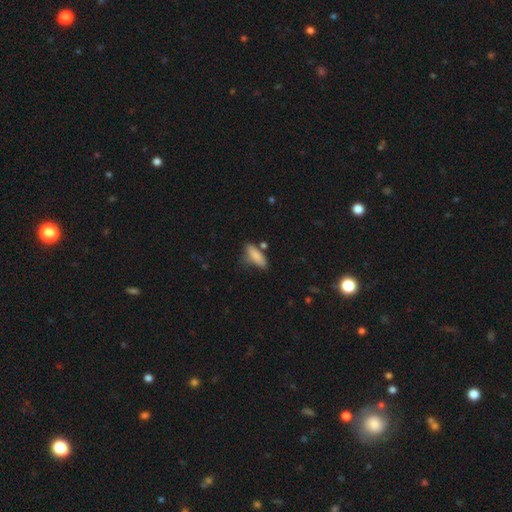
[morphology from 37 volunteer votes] Volunteers were most divided on "merging": none: 49%, minor disturbance: 31%, major disturbance: 11%, merger: 9%. More confident: smooth or featured — smooth (95%); how rounded — in between (63%).